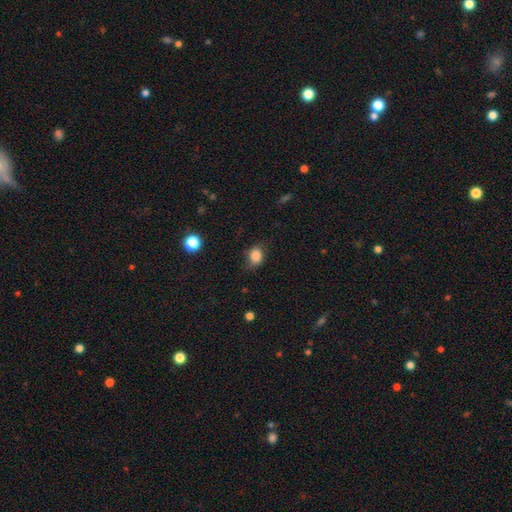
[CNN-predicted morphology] Smooth or featured?
  - smooth: 83% *
  - star or artifact: 10%
  - featured or disk: 8%
How rounded?
  - in between: 52% *
  - round: 47%
  - cigar-shaped: 1%
Merging?
  - none: 71% *
  - minor disturbance: 22%
  - major disturbance: 6%
  - merger: 1%